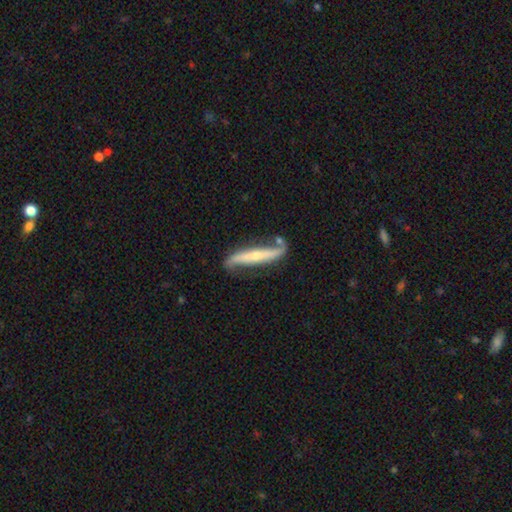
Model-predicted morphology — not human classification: Smooth or featured? Predicted: featured or disk (p=0.73). Edge-on disk? Predicted: yes (p=0.57). Merging? Predicted: none (p=0.62).